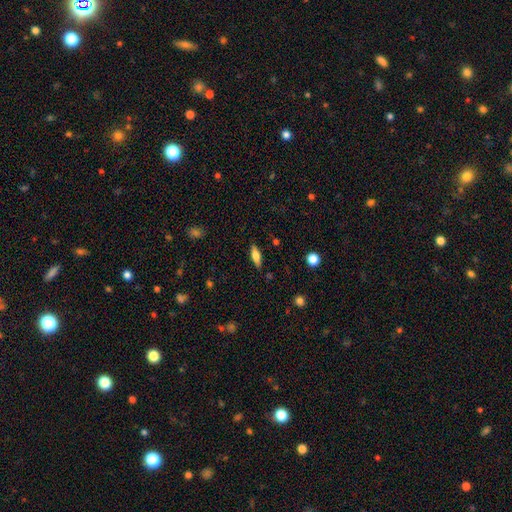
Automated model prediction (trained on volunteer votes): This is likely a smooth galaxy (62%). How rounded: possibly in between (59%). Merging: clearly none (86%).